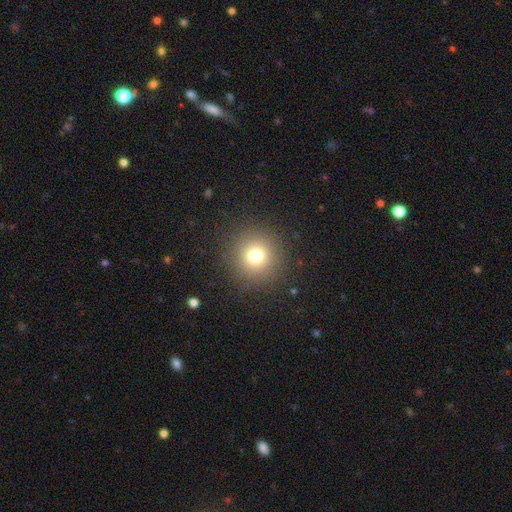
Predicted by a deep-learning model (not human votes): The model was most divided on "smooth or featured": smooth: 75%, star or artifact: 16%, featured or disk: 9%. More confident: how rounded — round (95%); merging — none (90%).